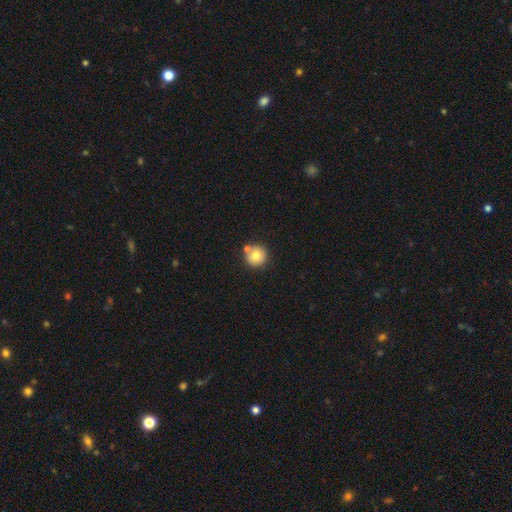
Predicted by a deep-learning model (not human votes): Smooth or featured?
  - smooth: 77% *
  - featured or disk: 13%
  - star or artifact: 10%
How rounded?
  - round: 94% *
  - in between: 5%
  - cigar-shaped: 1%
Merging?
  - none: 71% *
  - merger: 16%
  - minor disturbance: 10%
  - major disturbance: 3%